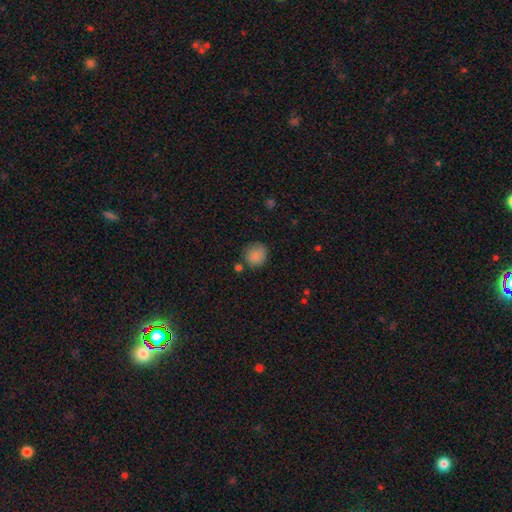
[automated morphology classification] type=smooth (86%); roundness=round (87%); merging=none (74%).